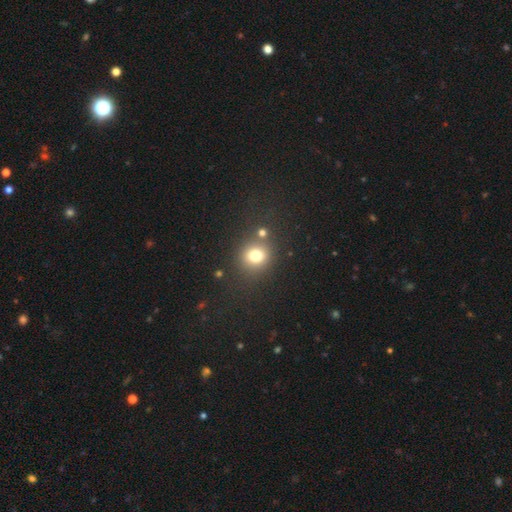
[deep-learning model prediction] This appears to be a smooth galaxy with no disk features (75%) that is round (80%). Merging: none (73%).